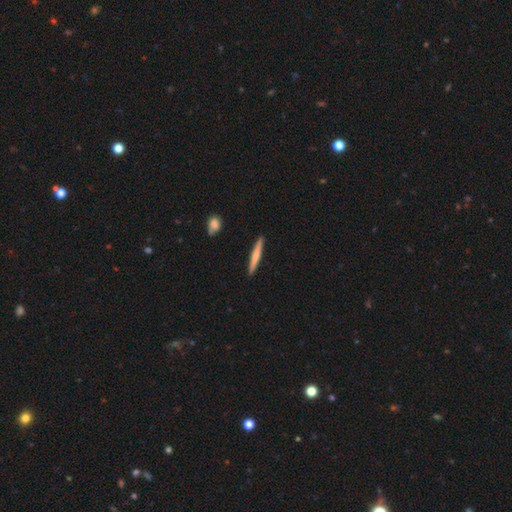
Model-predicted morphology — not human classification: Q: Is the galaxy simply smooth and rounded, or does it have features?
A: smooth — 61%.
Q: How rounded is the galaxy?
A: cigar-shaped — 95%.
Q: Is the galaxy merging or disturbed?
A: none — 91%.